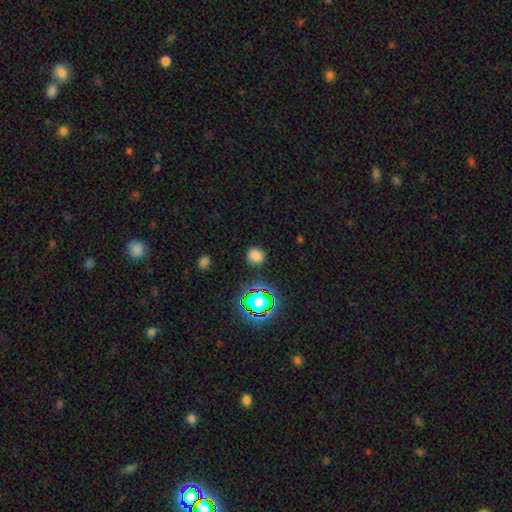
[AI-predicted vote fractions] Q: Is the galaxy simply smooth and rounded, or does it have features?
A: smooth — 74%.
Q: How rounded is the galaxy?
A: round — 85%.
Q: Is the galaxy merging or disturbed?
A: none — 86%.